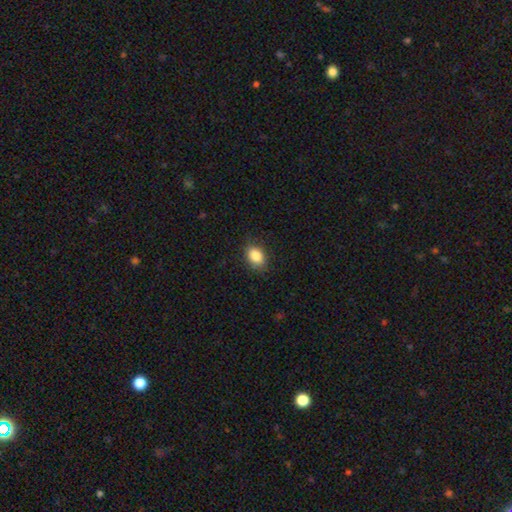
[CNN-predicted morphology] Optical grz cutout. It shows a smooth galaxy with no disk features (86%) that is in between round and cigar-shaped (79%). Merging: none (85%).